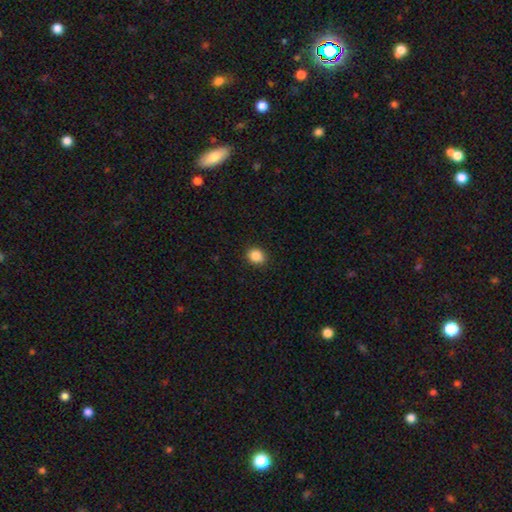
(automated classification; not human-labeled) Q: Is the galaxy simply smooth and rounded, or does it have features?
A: smooth — 87%.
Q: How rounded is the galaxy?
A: round — 66%.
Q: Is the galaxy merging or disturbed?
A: none — 90%.